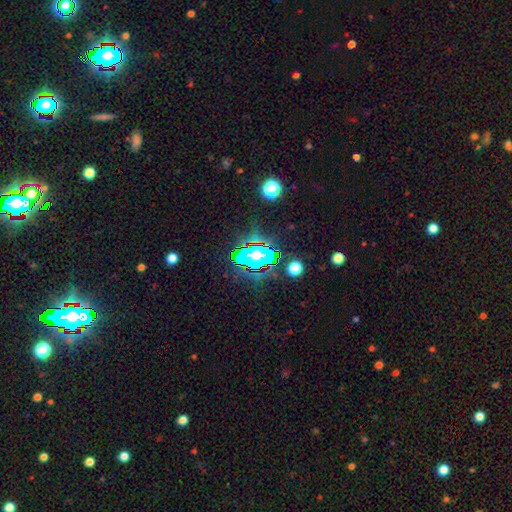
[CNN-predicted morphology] Smooth or featured: star or artifact — 55% (smooth — 27%)